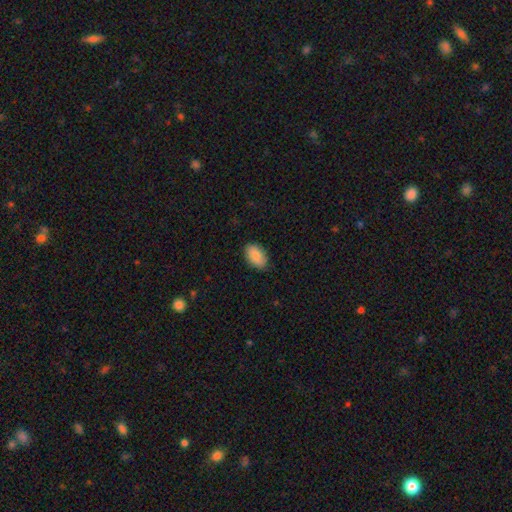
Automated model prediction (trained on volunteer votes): A smooth galaxy with no disk features (88%) that is in between round and cigar-shaped (92%). Merging: none (87%).